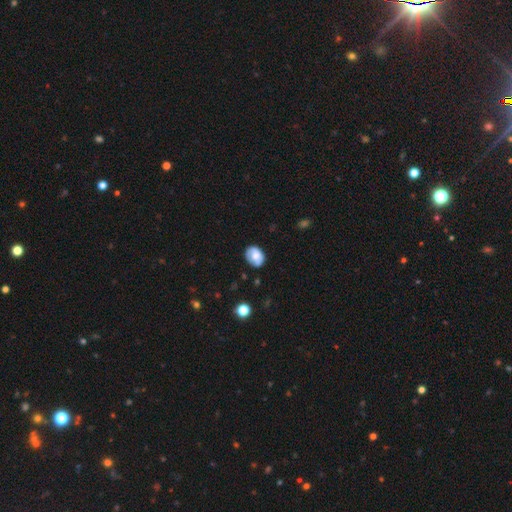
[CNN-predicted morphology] Smooth or featured?
  - smooth: 63% *
  - featured or disk: 29%
  - star or artifact: 8%
How rounded?
  - in between: 61% *
  - round: 38%
  - cigar-shaped: 1%
Merging?
  - none: 68% *
  - minor disturbance: 24%
  - major disturbance: 6%
  - merger: 2%